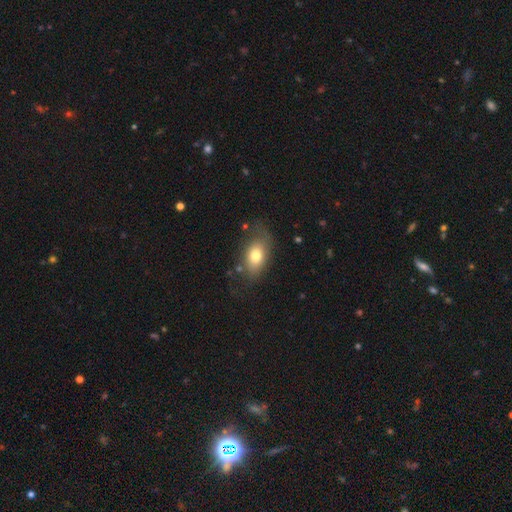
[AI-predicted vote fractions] The model was most divided on "merging": none: 65%, minor disturbance: 22%, major disturbance: 10%, merger: 3%. More confident: how rounded — in between (85%); smooth or featured — smooth (74%).